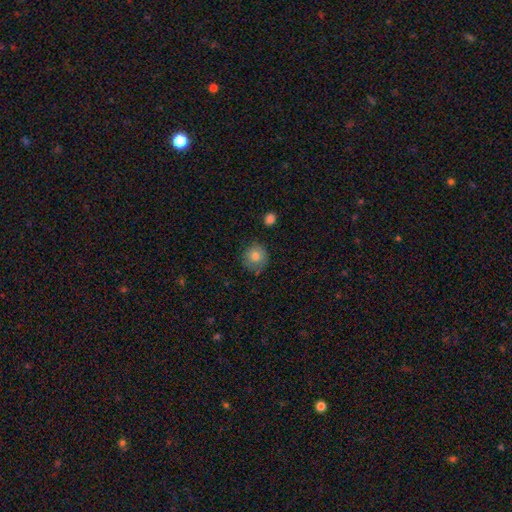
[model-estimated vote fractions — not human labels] This is likely a smooth galaxy (80%). How rounded: clearly round (92%). Merging: clearly none (82%).